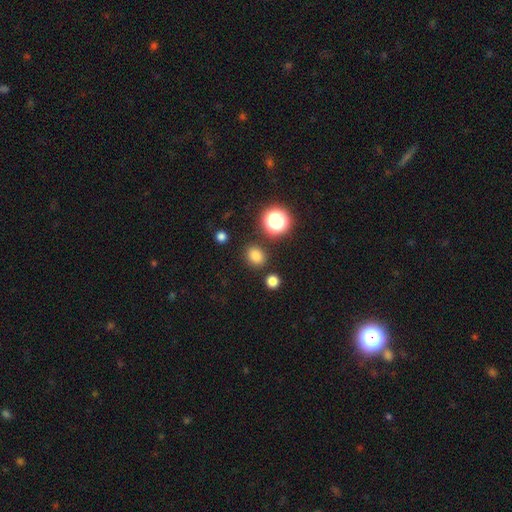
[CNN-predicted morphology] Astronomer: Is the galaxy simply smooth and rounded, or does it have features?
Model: smooth — 79%.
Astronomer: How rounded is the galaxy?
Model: round — 55% (runner-up: in between, 44%).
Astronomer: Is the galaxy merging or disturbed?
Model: none — 84%.